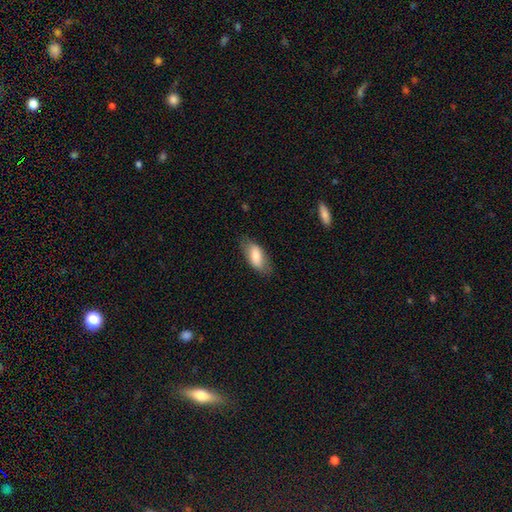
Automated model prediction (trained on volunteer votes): A smooth galaxy with no disk features (73%) that is in between round and cigar-shaped (86%).

Vote fractions:
- Smooth or featured? smooth: 73% / featured or disk: 21% / star or artifact: 6%
- How rounded? in between: 86% / cigar-shaped: 11% / round: 3%
- Merging? none: 76% / minor disturbance: 18% / major disturbance: 5% / merger: 1%